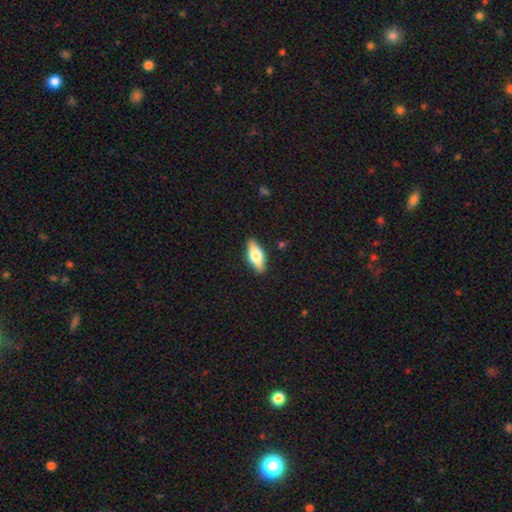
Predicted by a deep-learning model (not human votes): The model was most divided on "smooth or featured": smooth: 59%, featured or disk: 35%, star or artifact: 6%. More confident: merging — none (89%); how rounded — in between (71%).